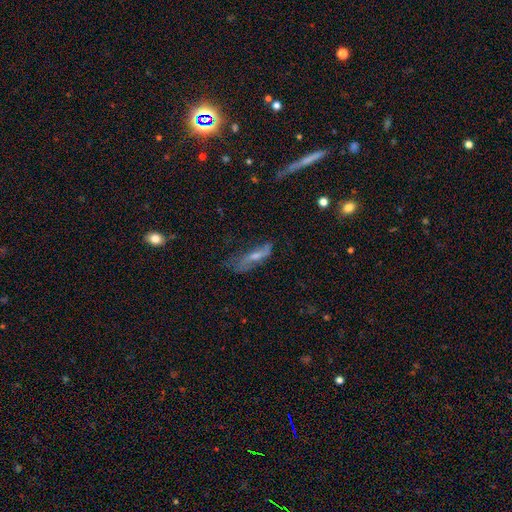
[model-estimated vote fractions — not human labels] smooth-or-featured: featured or disk: 58% | smooth: 31% | star or artifact: 11%
  disk-edge-on: no: 64% | yes: 36%
  merging: none: 49% | minor disturbance: 27% | major disturbance: 21% | merger: 4%